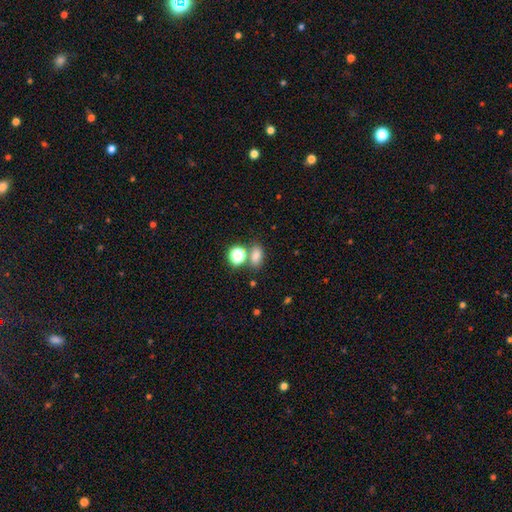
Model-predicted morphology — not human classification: type=smooth (77%); roundness=in between (74%); merging=none (62%).